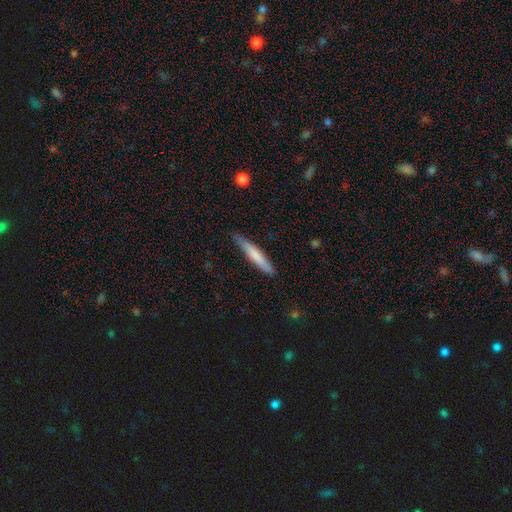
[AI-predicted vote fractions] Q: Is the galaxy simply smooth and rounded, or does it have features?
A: smooth — 70%.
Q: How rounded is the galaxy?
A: cigar-shaped — 93%.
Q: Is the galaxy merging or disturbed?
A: none — 76%.